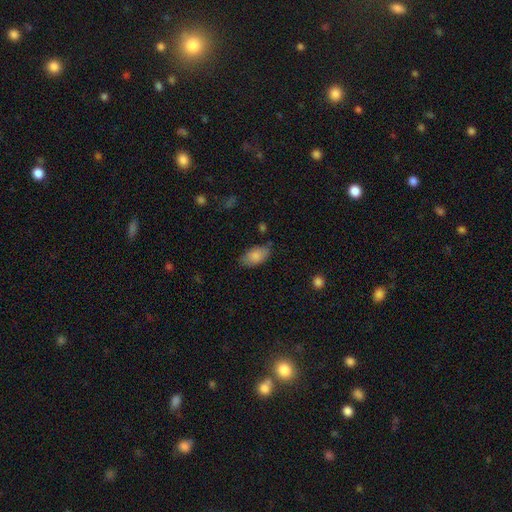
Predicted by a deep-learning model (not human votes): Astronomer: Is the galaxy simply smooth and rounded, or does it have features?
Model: smooth — 85%.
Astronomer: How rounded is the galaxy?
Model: in between — 93%.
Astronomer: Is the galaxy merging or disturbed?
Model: none — 75%.